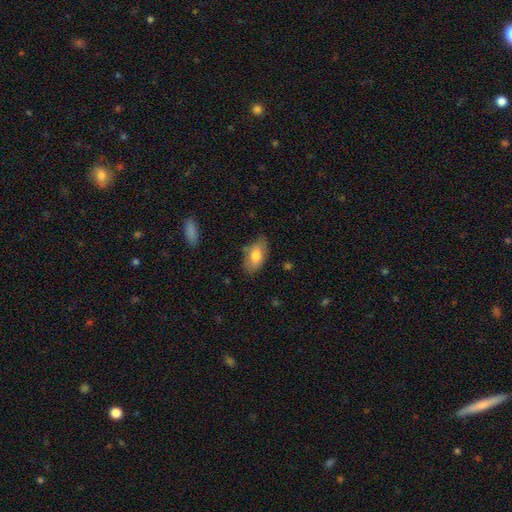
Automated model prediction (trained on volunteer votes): Smooth or featured? smooth (77%)
How rounded? in between (92%)
Merging? none (69%)